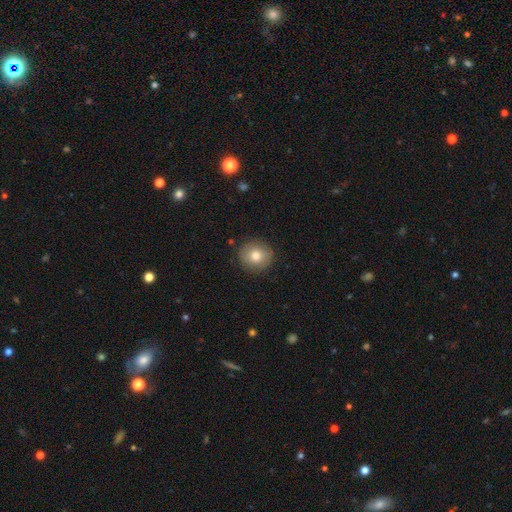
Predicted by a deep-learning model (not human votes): Smooth or featured?
  - smooth: 79% *
  - featured or disk: 12%
  - star or artifact: 9%
How rounded?
  - round: 88% *
  - in between: 11%
  - cigar-shaped: 1%
Merging?
  - none: 88% *
  - minor disturbance: 8%
  - major disturbance: 2%
  - merger: 1%